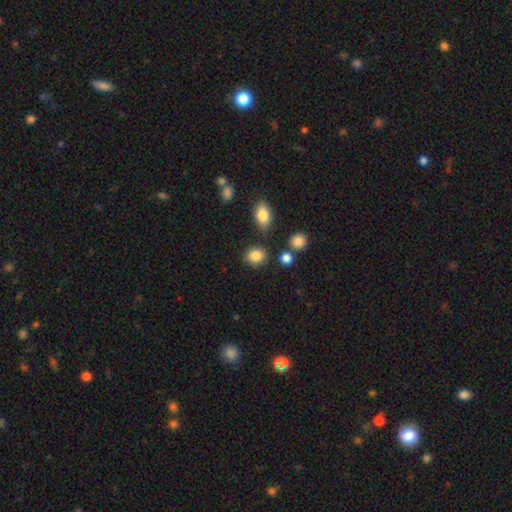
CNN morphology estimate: Overall: smooth (85%). How rounded: round (59%; in between 40%). Merging: none (80%).